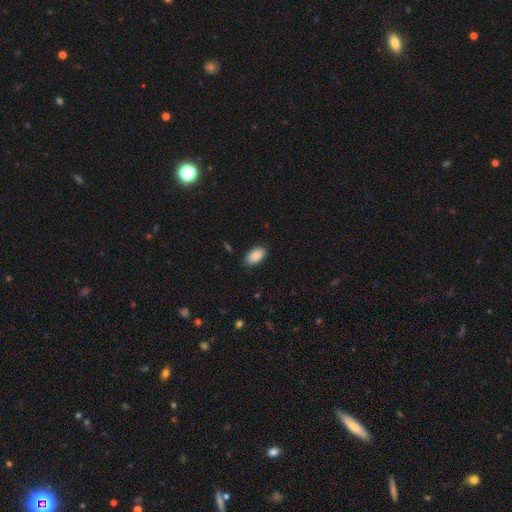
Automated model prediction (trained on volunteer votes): Smooth or featured? Predicted: smooth (p=0.88). How rounded? Predicted: in between (p=0.94). Merging? Predicted: none (p=0.84).